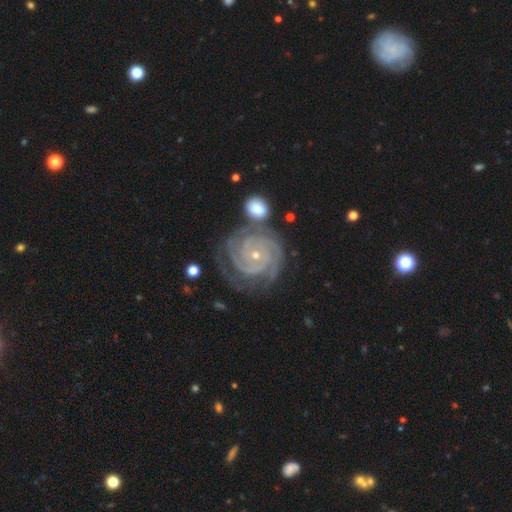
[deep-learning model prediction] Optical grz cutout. It shows a featured or disk galaxy (92%) with no bar (77%), 3 (33%) tight (85%) spiral arms (98%) and a small central bulge (74%). Merging: none (67%).